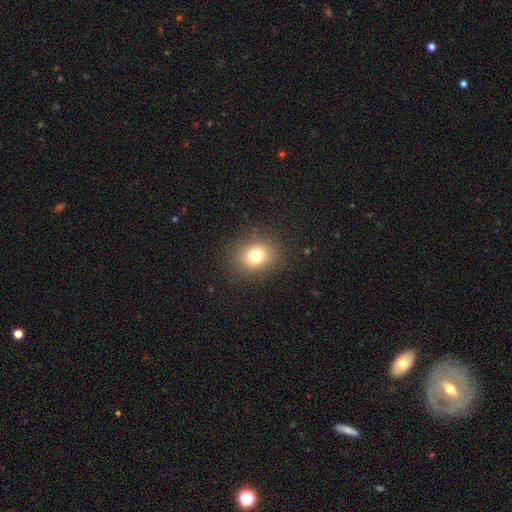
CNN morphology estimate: The model was most divided on "how rounded": round: 65%, in between: 34%, cigar-shaped: 1%. More confident: merging — none (87%); smooth or featured — smooth (76%).